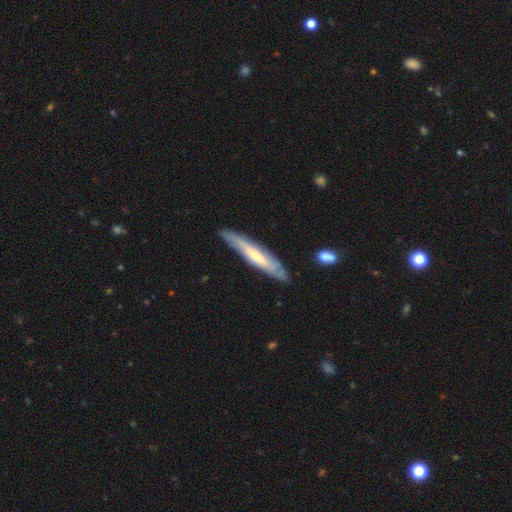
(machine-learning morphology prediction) Overall: featured or disk (55%; smooth 40%). Edge-on disk: yes (72%). Merging: none (83%).